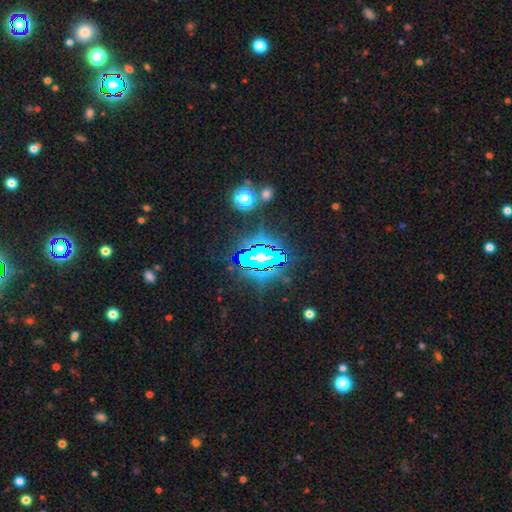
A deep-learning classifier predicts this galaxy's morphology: This is likely a star or artifact rather than a galaxy (80%).